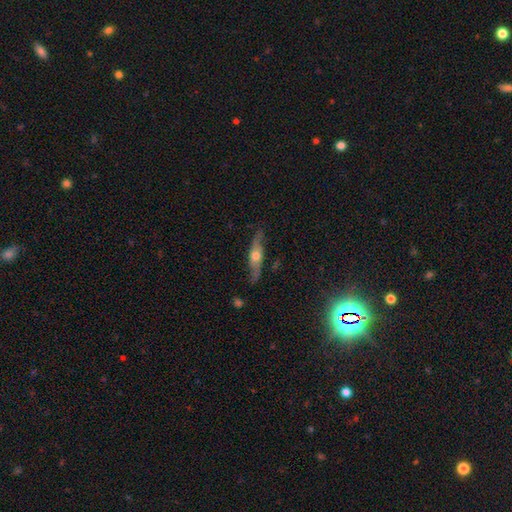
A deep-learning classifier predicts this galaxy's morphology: This is likely a featured or disk galaxy (69%). It is likely viewed edge-on (71%). Merging: likely none (79%).